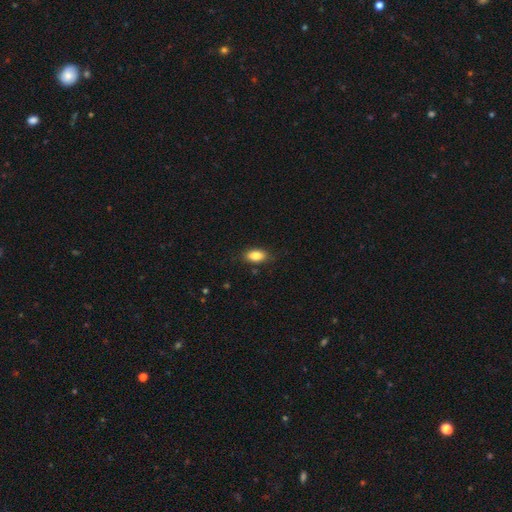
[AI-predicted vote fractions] Smooth or featured? smooth (85%)
How rounded? in between (89%)
Merging? none (82%)